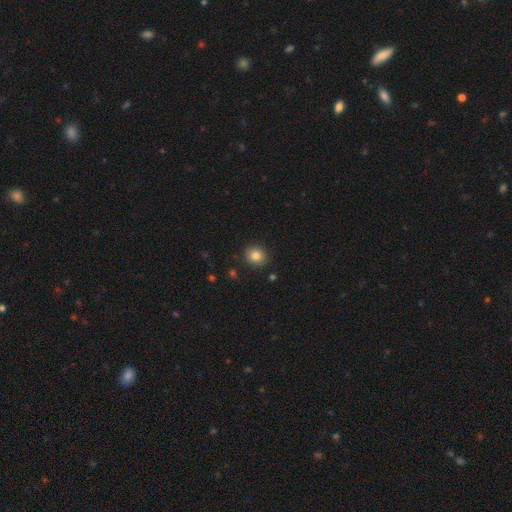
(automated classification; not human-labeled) smooth_or_featured: smooth (p=0.83) [alt: star or artifact p=0.11]
how_rounded: round (p=0.82) [alt: in between p=0.17]
merging: none (p=0.90) [alt: minor disturbance p=0.07]